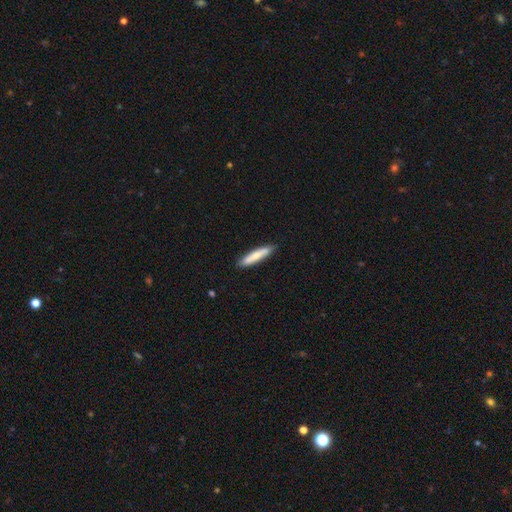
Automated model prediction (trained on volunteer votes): smooth_or_featured: smooth (p=0.74) [alt: featured or disk p=0.21]
how_rounded: cigar-shaped (p=0.89) [alt: in between p=0.10]
merging: none (p=0.86) [alt: minor disturbance p=0.11]